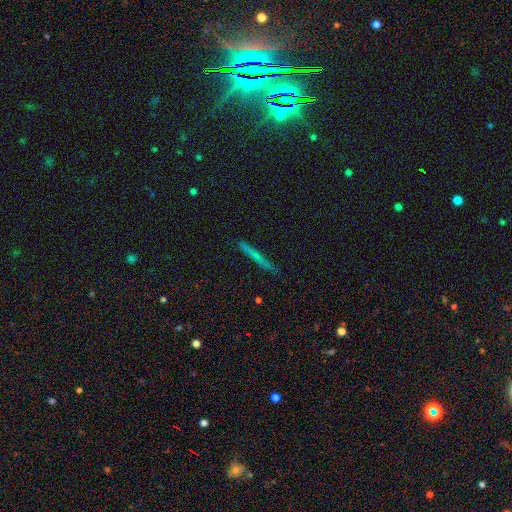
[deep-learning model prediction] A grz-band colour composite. It shows a smooth galaxy with no disk features (53%) that is cigar-shaped (96%). Merging: none (89%).